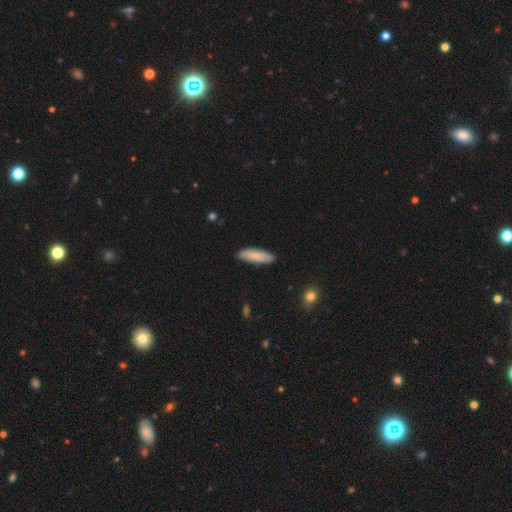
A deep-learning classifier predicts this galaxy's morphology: The model was most divided on "how rounded": in between: 53%, cigar-shaped: 46%, round: 2%. More confident: merging — none (84%); smooth or featured — smooth (82%).